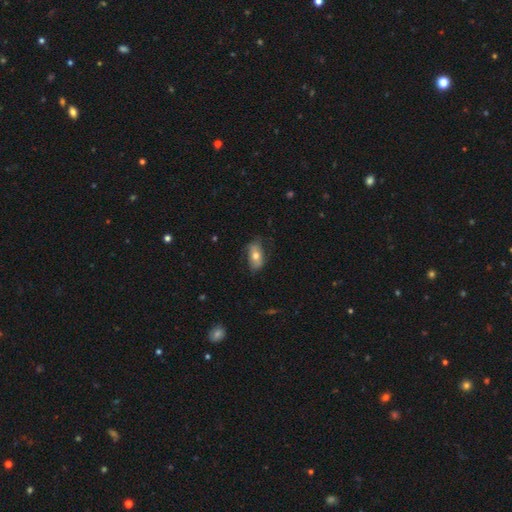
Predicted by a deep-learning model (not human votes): A smooth galaxy with no disk features (62%) that is in between round and cigar-shaped (88%).

Vote fractions:
- Smooth or featured? smooth: 62% / featured or disk: 31% / star or artifact: 7%
- How rounded? in between: 88% / round: 6% / cigar-shaped: 6%
- Merging? none: 69% / minor disturbance: 23% / major disturbance: 7% / merger: 1%